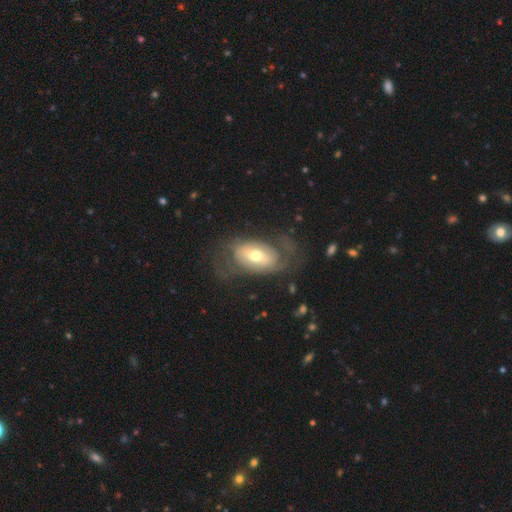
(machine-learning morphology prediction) This is likely a featured or disk galaxy (62%). It is clearly not viewed edge-on (91%). Bar: possibly no (49%). Spiral arm pattern: likely yes (62%). Central bulge: likely moderate (65%). Merging: possibly none (56%).